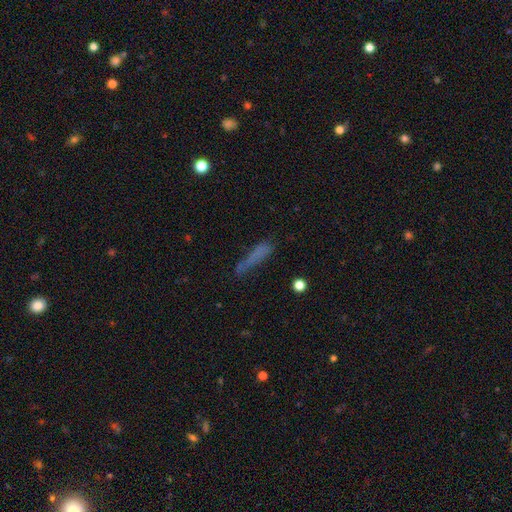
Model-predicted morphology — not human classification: type=smooth (66%); roundness=cigar-shaped (82%); merging=none (57%).